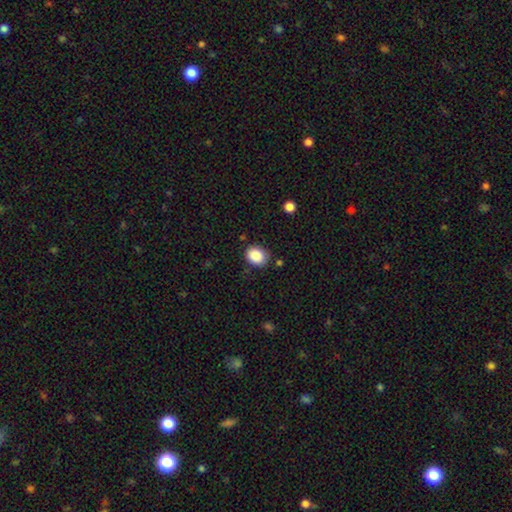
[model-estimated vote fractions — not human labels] Q: Smooth or featured?
A: smooth (89%); runner-up: star or artifact (8%)
Q: How rounded?
A: in between (54%); runner-up: round (45%)
Q: Merging?
A: none (78%); runner-up: minor disturbance (16%)